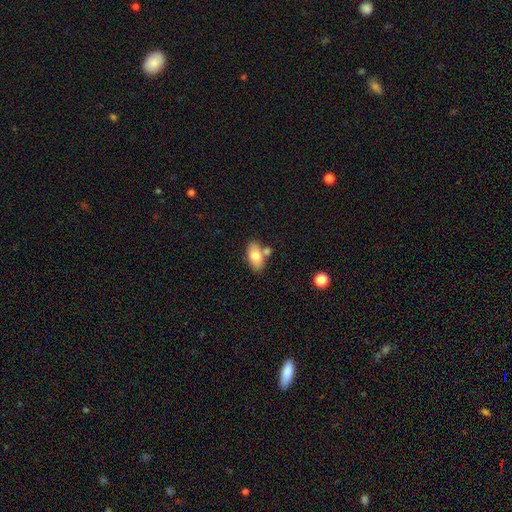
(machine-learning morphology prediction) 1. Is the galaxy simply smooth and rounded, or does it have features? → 77% smooth, 16% featured or disk, 7% star or artifact.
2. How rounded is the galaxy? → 91% in between, 5% round, 3% cigar-shaped.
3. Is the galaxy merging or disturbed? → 65% none, 19% merger, 13% minor disturbance, 3% major disturbance.